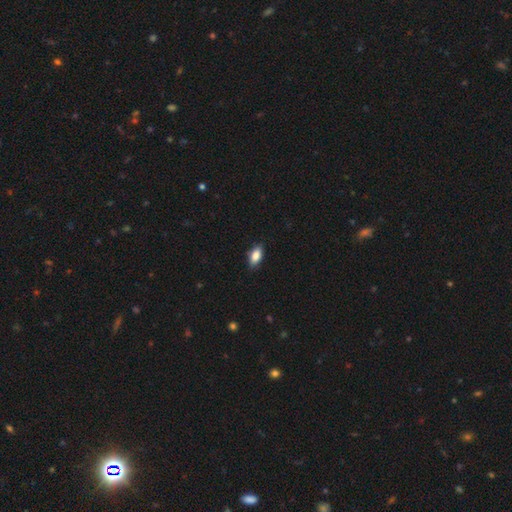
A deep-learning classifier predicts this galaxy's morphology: Smooth or featured? smooth (85%)
How rounded? in between (89%)
Merging? none (85%)